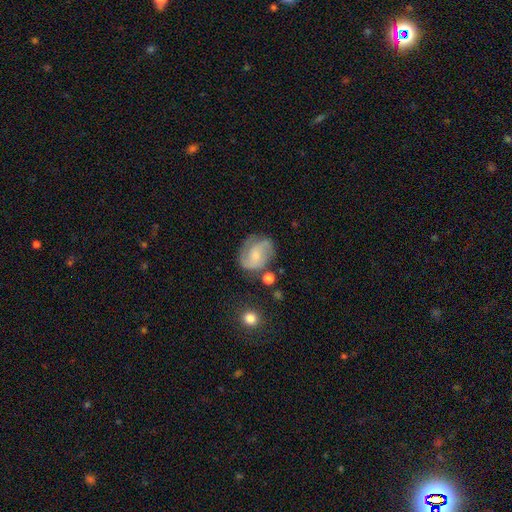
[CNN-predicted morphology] type=featured or disk (66%); edge-on=no (97%); bar=no (54%); spiral arms=yes (91%); winding=medium (48%); arm count=2 (75%); bulge=small (55%); merging=none (65%).